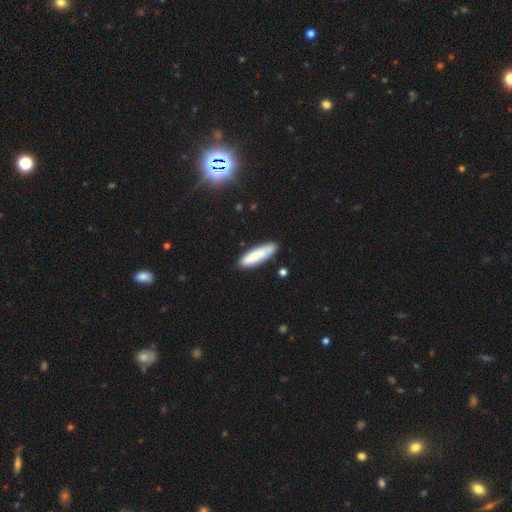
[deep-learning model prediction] A smooth galaxy with no disk features (82%) that is cigar-shaped (71%). Merging: none (82%).